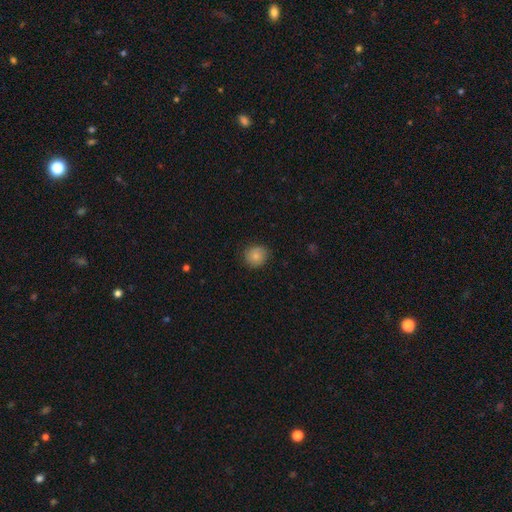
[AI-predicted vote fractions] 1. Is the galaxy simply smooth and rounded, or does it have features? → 82% smooth, 9% featured or disk, 9% star or artifact.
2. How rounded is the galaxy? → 86% round, 14% in between, 1% cigar-shaped.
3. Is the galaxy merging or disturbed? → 84% none, 12% minor disturbance, 3% major disturbance, 1% merger.